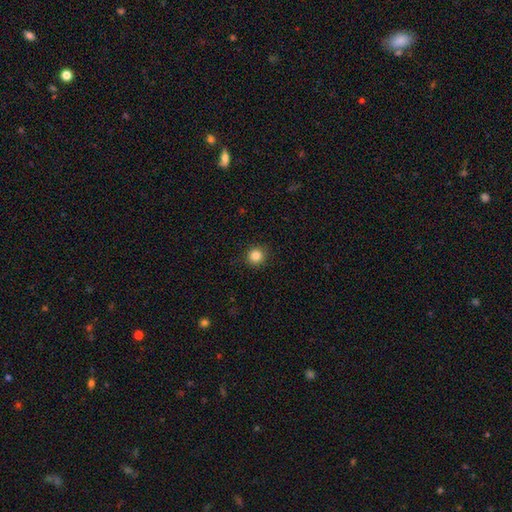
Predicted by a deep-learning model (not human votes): Morphology: type=smooth (85%); roundness=round (93%); merging=none (91%).